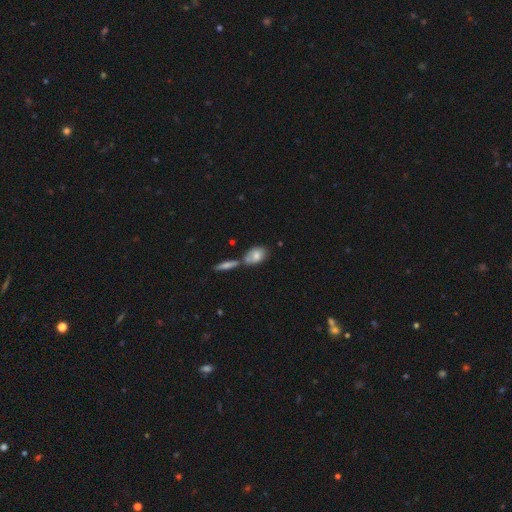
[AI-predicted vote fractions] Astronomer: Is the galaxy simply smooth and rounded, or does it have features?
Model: smooth — 67%.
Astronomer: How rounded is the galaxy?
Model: in between — 84%.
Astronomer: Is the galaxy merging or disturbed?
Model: none — 41% (runner-up: merger, 37%).